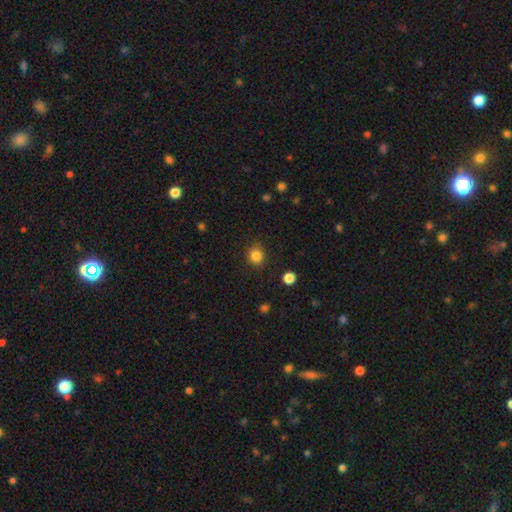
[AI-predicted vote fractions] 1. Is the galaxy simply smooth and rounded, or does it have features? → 84% smooth, 12% star or artifact, 4% featured or disk.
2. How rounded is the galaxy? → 83% round, 16% in between, 1% cigar-shaped.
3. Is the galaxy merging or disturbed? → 86% none, 10% minor disturbance, 3% major disturbance, 1% merger.